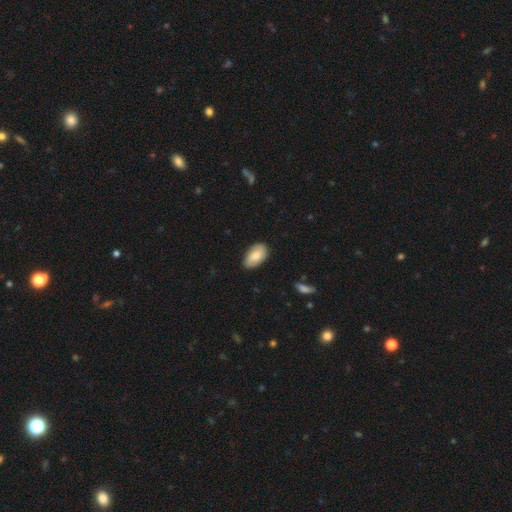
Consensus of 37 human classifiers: Smooth or featured? 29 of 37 (78%) said smooth. How rounded? 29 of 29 (100%) said in between. Merging? 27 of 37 (73%) said none.